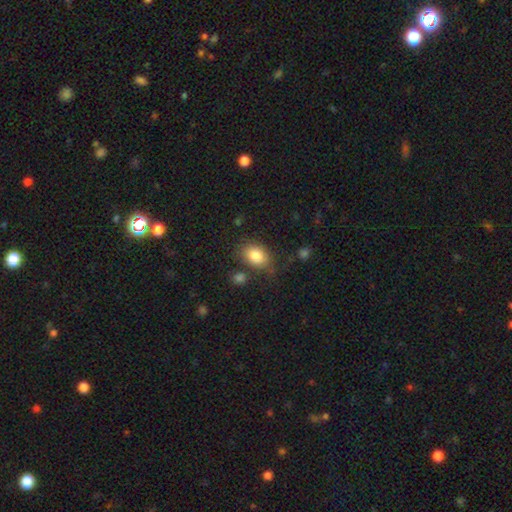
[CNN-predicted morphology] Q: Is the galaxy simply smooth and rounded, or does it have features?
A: smooth — 84%.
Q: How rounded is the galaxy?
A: in between — 75%.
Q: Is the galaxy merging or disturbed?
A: none — 73%.